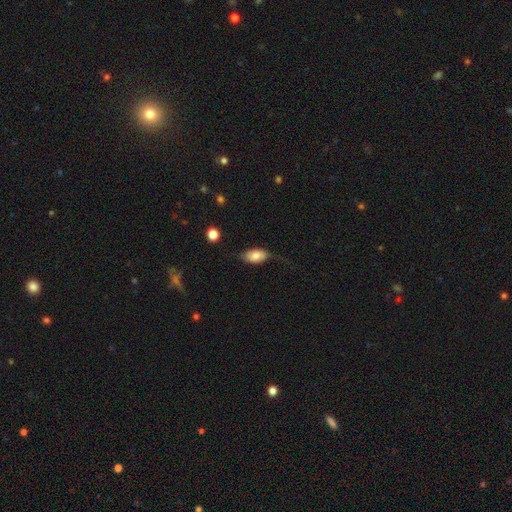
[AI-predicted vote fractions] Q: Smooth or featured?
A: smooth (73%); runner-up: featured or disk (20%)
Q: How rounded?
A: in between (92%); runner-up: round (5%)
Q: Merging?
A: none (54%); runner-up: minor disturbance (28%)